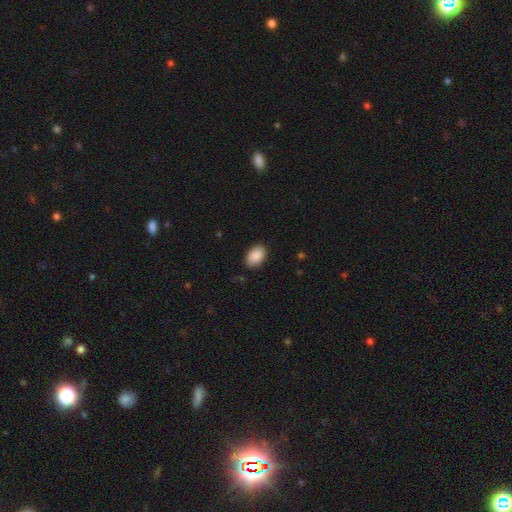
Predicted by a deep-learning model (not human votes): Smooth or featured? smooth (90%)
How rounded? in between (89%)
Merging? none (85%)